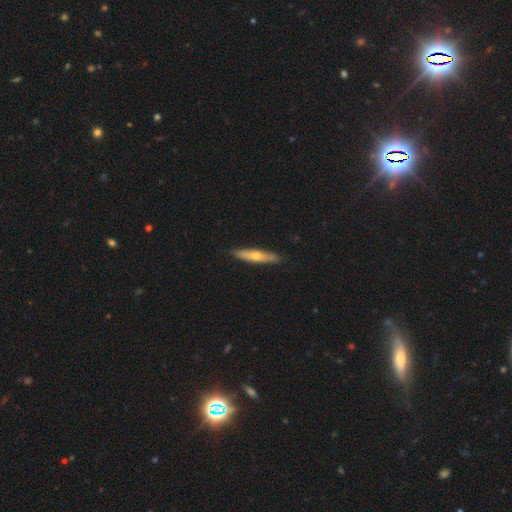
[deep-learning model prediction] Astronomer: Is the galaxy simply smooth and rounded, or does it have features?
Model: smooth — 51% (runner-up: featured or disk, 44%).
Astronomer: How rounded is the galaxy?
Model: cigar-shaped — 82%.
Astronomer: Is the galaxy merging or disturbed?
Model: none — 90%.